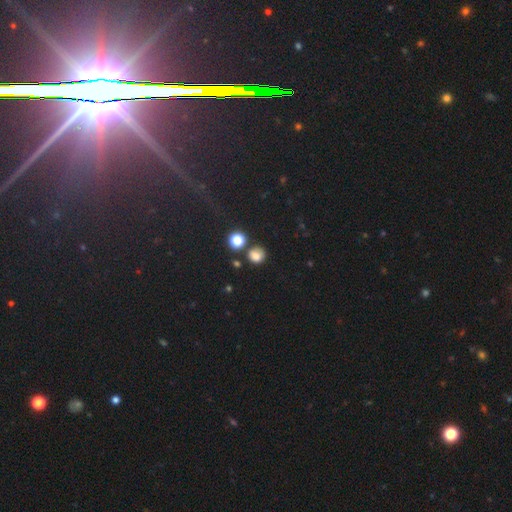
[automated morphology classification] A smooth galaxy with no disk features (77%) that is round (79%). Merging: none (68%).